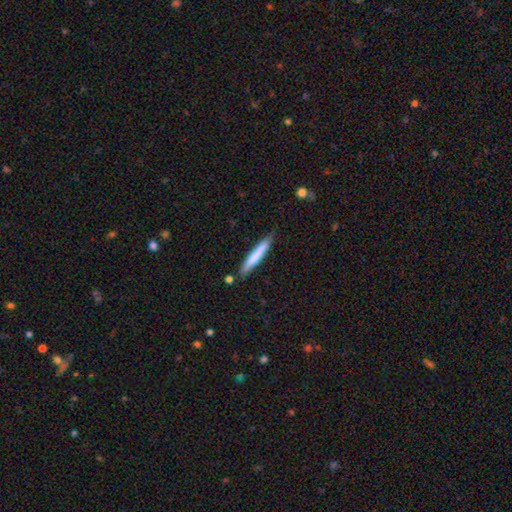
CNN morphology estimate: Overall: smooth (70%). How rounded: cigar-shaped (94%). Merging: none (83%).